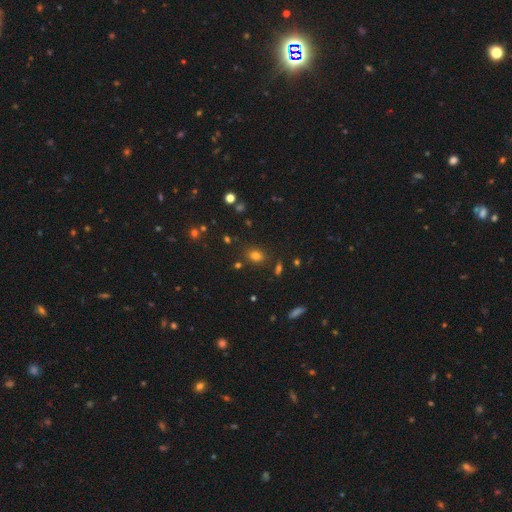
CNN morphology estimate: Smooth or featured?
  - smooth: 72% *
  - star or artifact: 21%
  - featured or disk: 7%
How rounded?
  - in between: 53% *
  - round: 45%
  - cigar-shaped: 2%
Merging?
  - none: 82% *
  - minor disturbance: 10%
  - merger: 5%
  - major disturbance: 3%